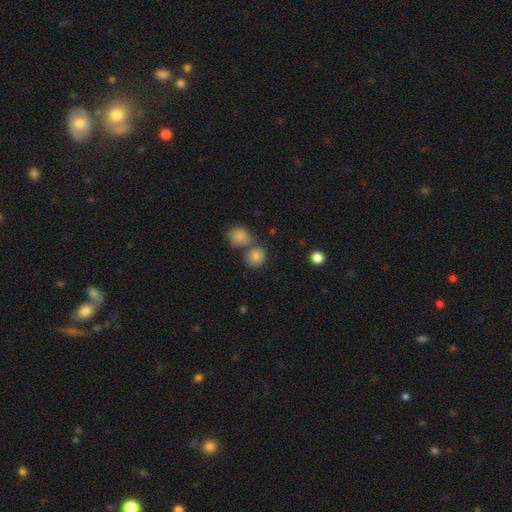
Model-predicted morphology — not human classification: Smooth or featured?
  - smooth: 82% *
  - star or artifact: 11%
  - featured or disk: 7%
How rounded?
  - round: 76% *
  - in between: 23%
  - cigar-shaped: 1%
Merging?
  - none: 51% *
  - merger: 38%
  - minor disturbance: 8%
  - major disturbance: 3%